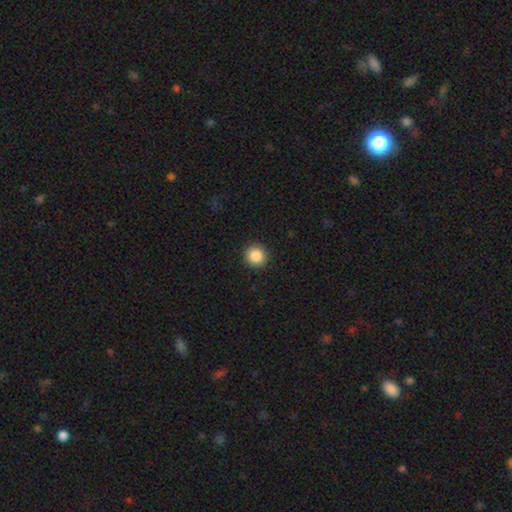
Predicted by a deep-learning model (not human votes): Smooth or featured? Predicted: smooth (p=0.88). How rounded? Predicted: round (p=0.93). Merging? Predicted: none (p=0.92).